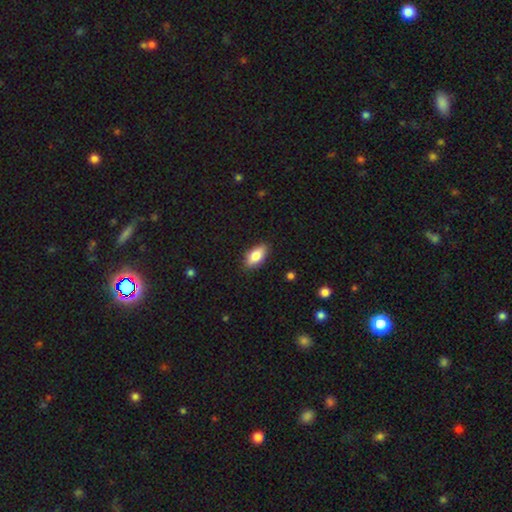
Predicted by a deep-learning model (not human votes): Overall: smooth (79%). How rounded: in between (88%). Merging: none (87%).